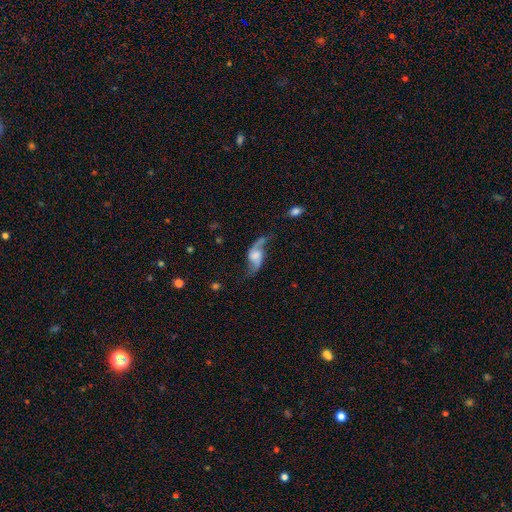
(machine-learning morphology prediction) Overall: featured or disk (82%). Edge-on disk: no (95%). Bar: no (49%; weak 38%). Spiral arms: yes (95%). Spiral arm count: 2 (92%). Spiral winding: loose (84%). Bulge size: none (27%, tied with moderate). Merging: none (63%).